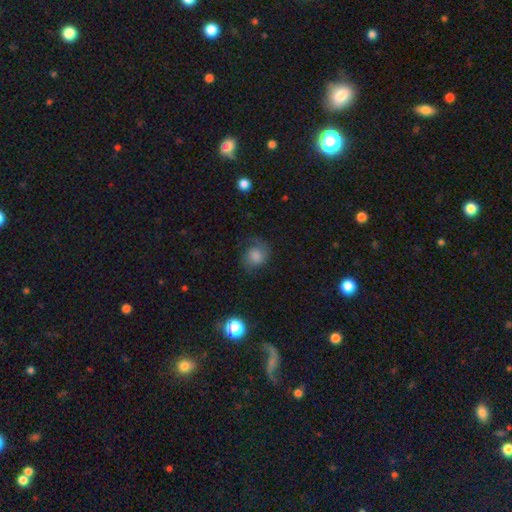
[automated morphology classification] Smooth or featured? Predicted: smooth (p=0.65). How rounded? Predicted: round (p=0.76). Merging? Predicted: none (p=0.63).